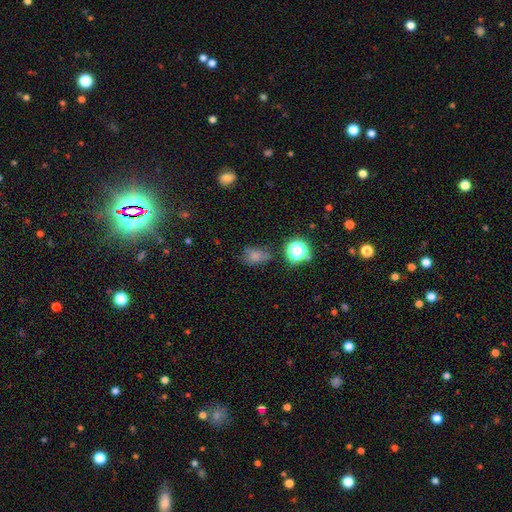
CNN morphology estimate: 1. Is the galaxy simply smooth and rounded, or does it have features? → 70% smooth, 20% star or artifact, 11% featured or disk.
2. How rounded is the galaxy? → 65% in between, 33% round, 2% cigar-shaped.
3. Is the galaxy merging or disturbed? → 58% none, 26% minor disturbance, 11% major disturbance, 6% merger.